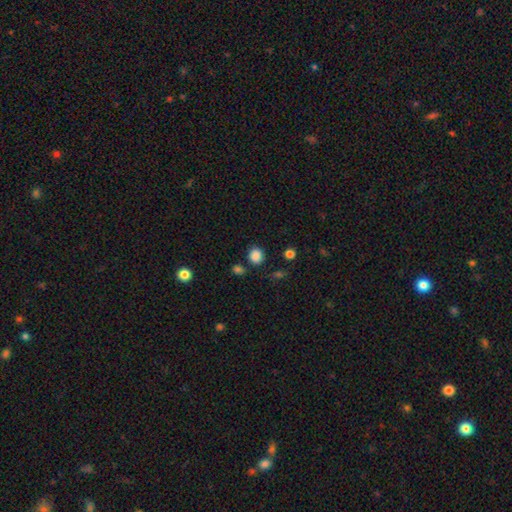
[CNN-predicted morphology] smooth 85%, star or artifact 11%, featured or disk 3%. Down the decision tree: how rounded — round (72%); merging — none (81%).